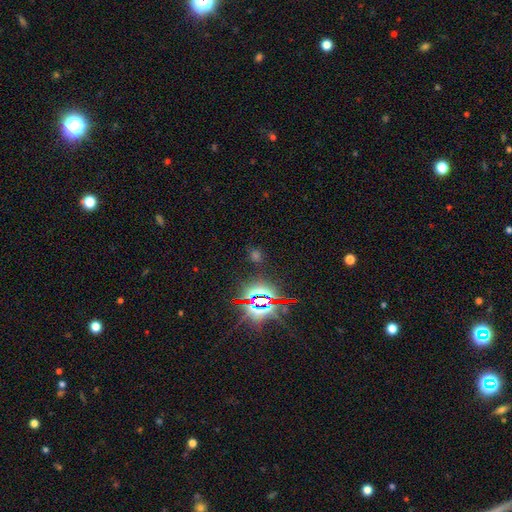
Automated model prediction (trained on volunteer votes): smooth_or_featured: star or artifact (p=0.72) [alt: smooth p=0.20]